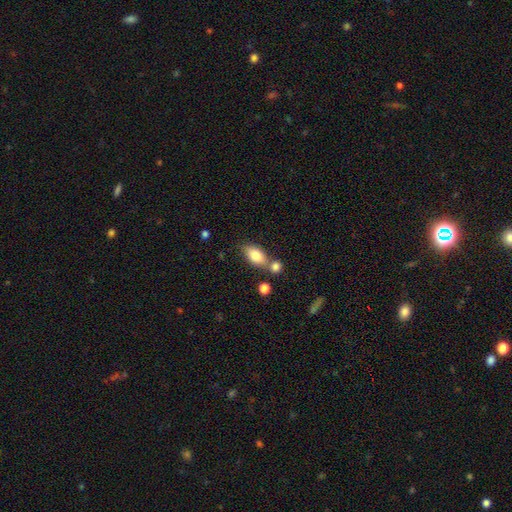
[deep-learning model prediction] smooth-or-featured: smooth: 82% | featured or disk: 11% | star or artifact: 7%
  how-rounded: in between: 88% | round: 7% | cigar-shaped: 5%
  merging: none: 54% | merger: 29% | minor disturbance: 13% | major disturbance: 4%